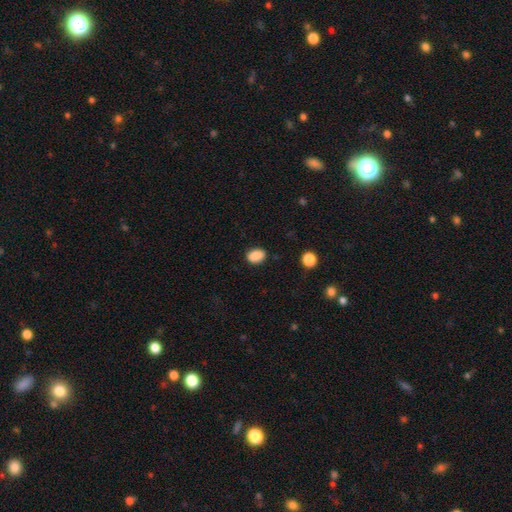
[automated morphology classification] The model was most divided on "how rounded": in between: 76%, round: 23%, cigar-shaped: 1%. More confident: smooth or featured — smooth (88%); merging — none (86%).